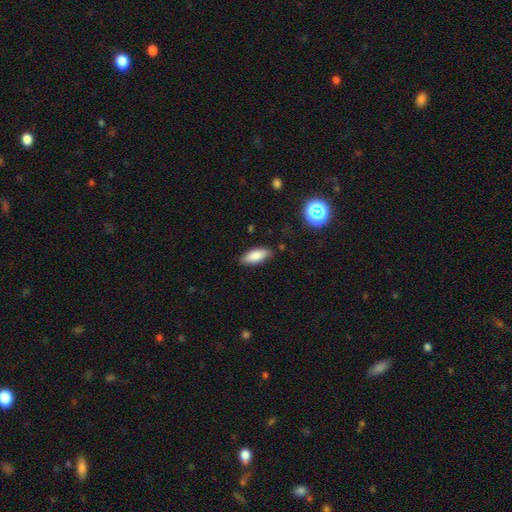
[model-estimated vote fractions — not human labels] The model was most divided on "how rounded": in between: 80%, cigar-shaped: 18%, round: 2%. More confident: smooth or featured — smooth (84%); merging — none (83%).